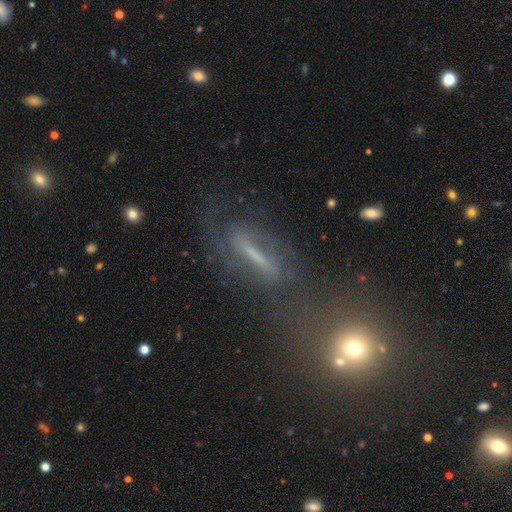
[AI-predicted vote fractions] Smooth or featured? Predicted: featured or disk (p=0.61). Edge-on disk? Predicted: no (p=0.63). Merging? Predicted: none (p=0.57).